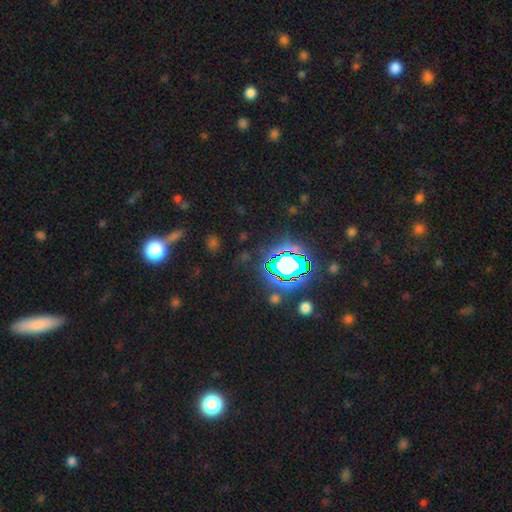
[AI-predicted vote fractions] A star or artifact, not a galaxy (79%).